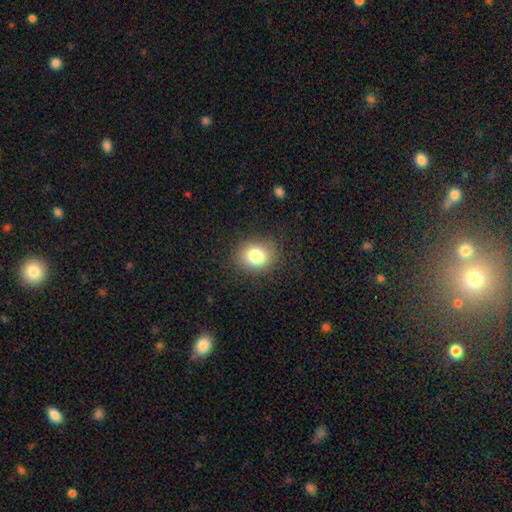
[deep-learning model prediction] Overall: smooth (81%). How rounded: round (61%; in between 39%). Merging: none (86%).